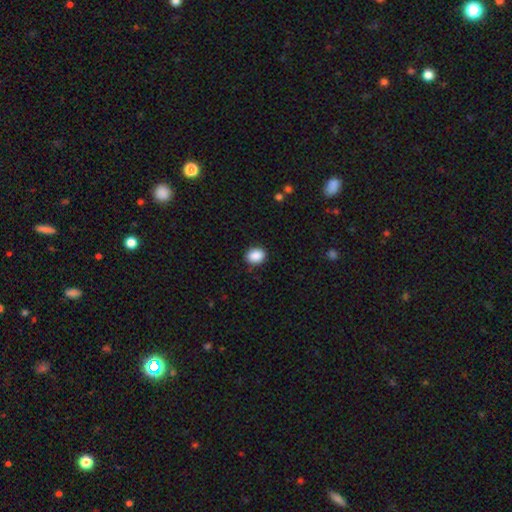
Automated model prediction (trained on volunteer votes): Overall: smooth (89%). How rounded: in between (54%; round 45%). Merging: none (87%).